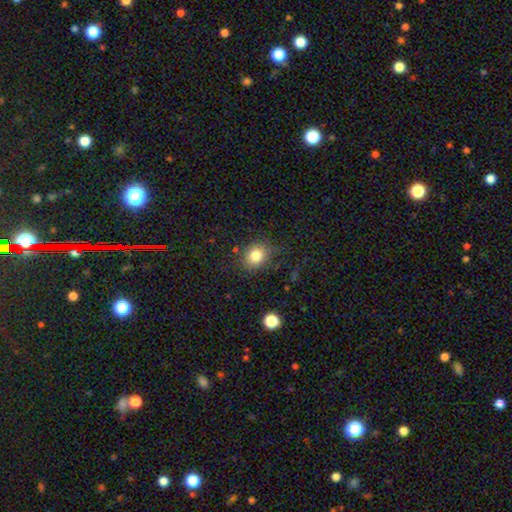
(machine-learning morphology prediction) Smooth or featured? smooth (81%)
How rounded? round (57%)
Merging? none (78%)